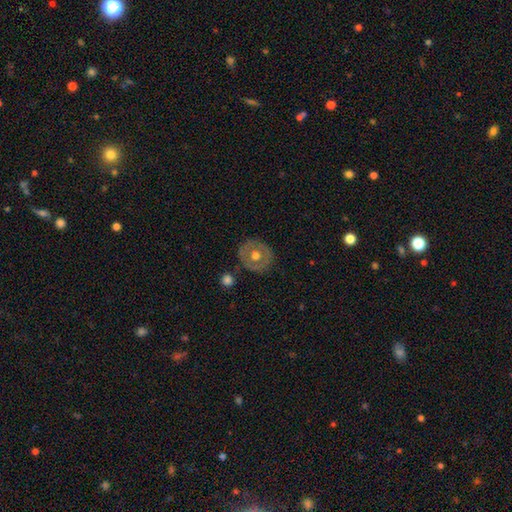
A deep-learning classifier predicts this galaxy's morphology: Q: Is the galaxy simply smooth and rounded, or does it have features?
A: featured or disk — 48%.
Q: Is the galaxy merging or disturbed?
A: none — 84%.